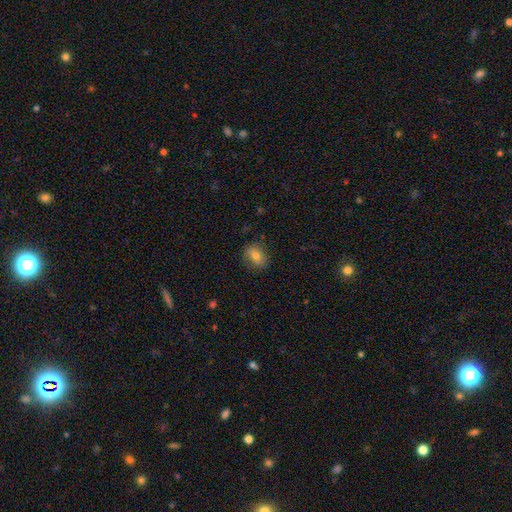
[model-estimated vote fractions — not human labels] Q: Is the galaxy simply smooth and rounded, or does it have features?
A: smooth — 78%.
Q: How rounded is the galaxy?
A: in between — 56%.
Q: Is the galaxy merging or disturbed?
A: none — 82%.